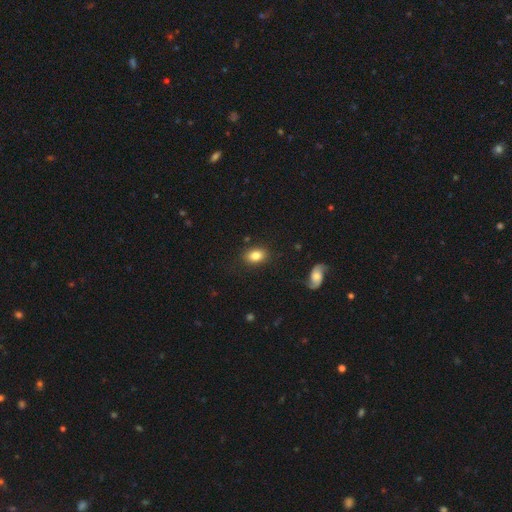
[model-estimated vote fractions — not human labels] Smooth or featured? smooth (83%)
How rounded? in between (79%)
Merging? none (85%)